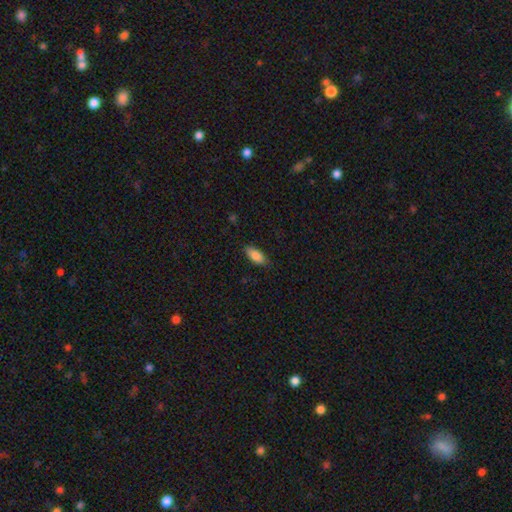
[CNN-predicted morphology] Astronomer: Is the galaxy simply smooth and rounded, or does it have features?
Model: smooth — 87%.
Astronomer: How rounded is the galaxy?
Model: in between — 84%.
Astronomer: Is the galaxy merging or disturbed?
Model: none — 84%.